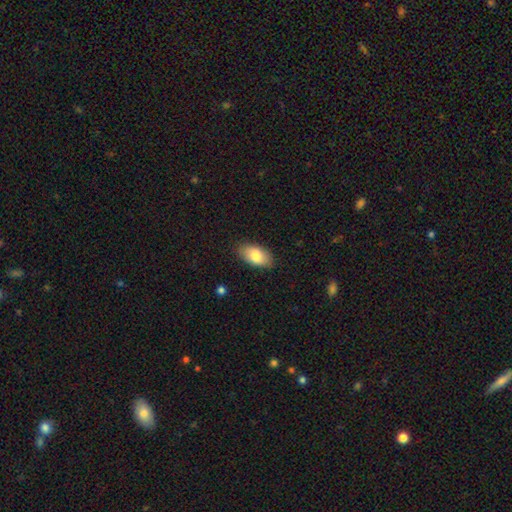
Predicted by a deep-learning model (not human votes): smooth 82%, featured or disk 11%, star or artifact 6%. Down the decision tree: how rounded — in between (94%); merging — none (86%).